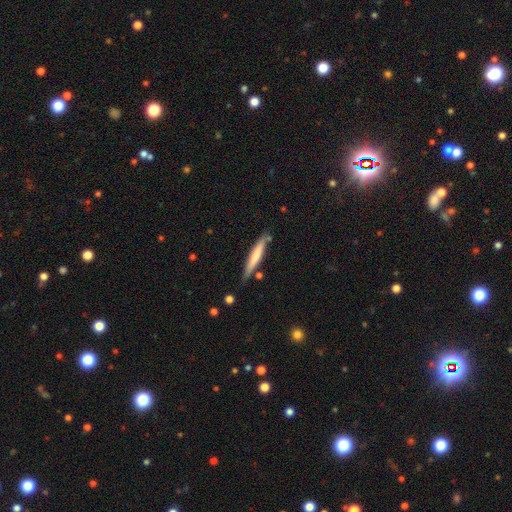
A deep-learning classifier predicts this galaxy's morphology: The model was most divided on "smooth or featured": smooth: 61%, featured or disk: 34%, star or artifact: 5%. More confident: how rounded — cigar-shaped (94%); merging — none (79%).